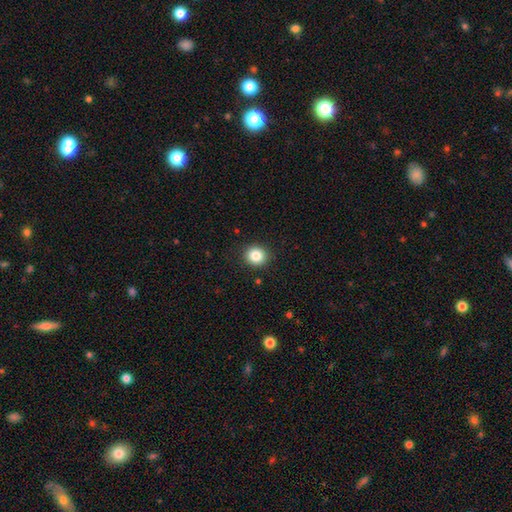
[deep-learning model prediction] Overall: smooth (84%). How rounded: round (87%). Merging: none (91%).